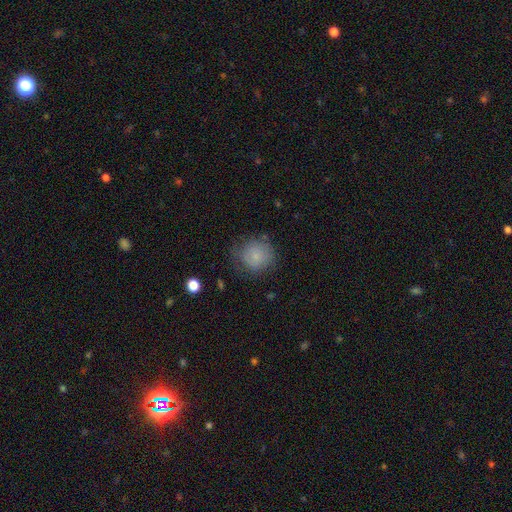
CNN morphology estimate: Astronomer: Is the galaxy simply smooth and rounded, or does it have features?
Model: smooth — 78%.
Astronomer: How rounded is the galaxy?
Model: round — 88%.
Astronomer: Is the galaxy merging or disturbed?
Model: none — 65%.